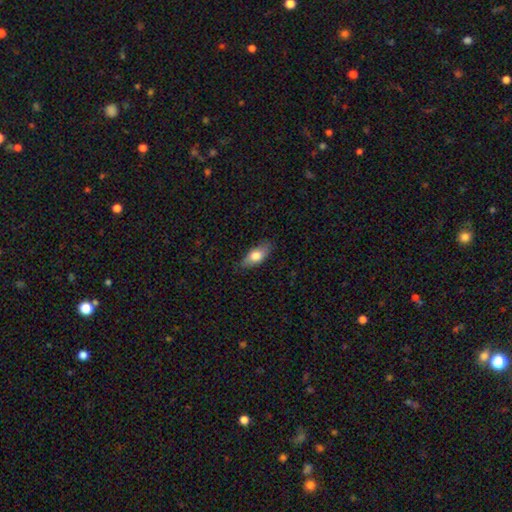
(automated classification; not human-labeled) smooth_or_featured: smooth (p=0.73) [alt: featured or disk p=0.20]
how_rounded: in between (p=0.79) [alt: cigar-shaped p=0.17]
merging: none (p=0.80) [alt: minor disturbance p=0.16]